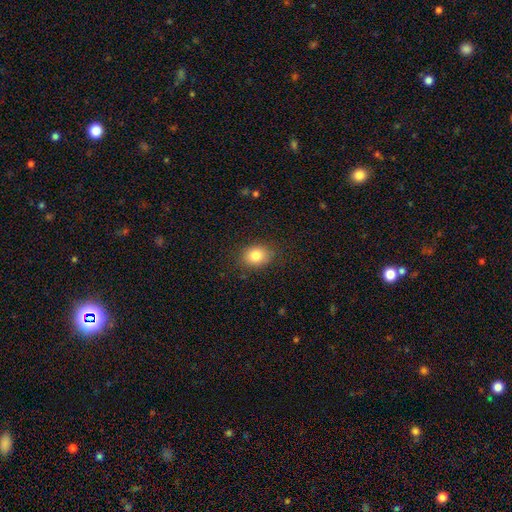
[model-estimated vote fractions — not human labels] smooth_or_featured: smooth (p=0.82) [alt: star or artifact p=0.10]
how_rounded: in between (p=0.60) [alt: round p=0.40]
merging: none (p=0.83) [alt: minor disturbance p=0.12]